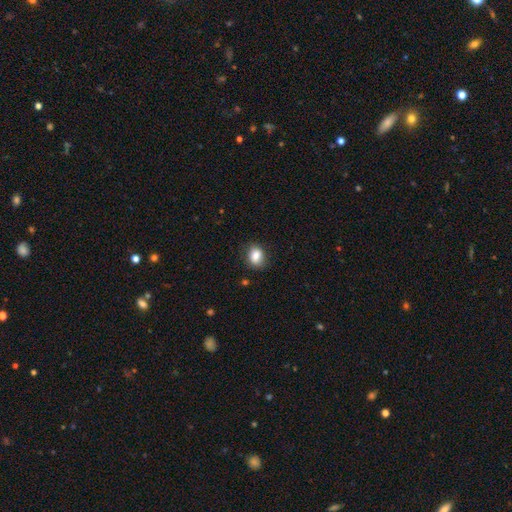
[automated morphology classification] Smooth or featured? Predicted: smooth (p=0.84). How rounded? Predicted: in between (p=0.65). Merging? Predicted: none (p=0.81).